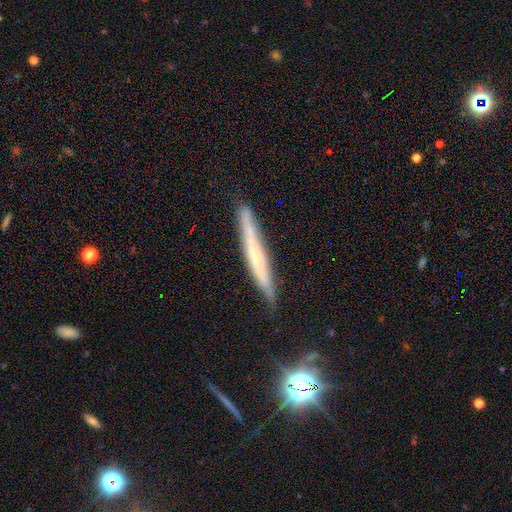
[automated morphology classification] This appears to be a featured or disk galaxy (51%) viewed edge-on (90%). Merging: none (79%).